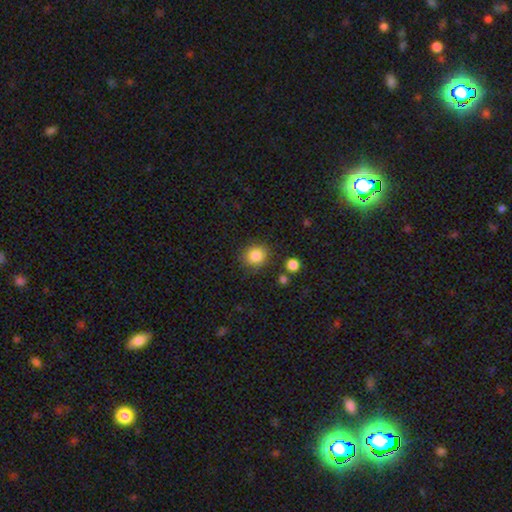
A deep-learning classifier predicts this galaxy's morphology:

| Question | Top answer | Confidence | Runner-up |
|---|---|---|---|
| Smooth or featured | smooth | 85% | star or artifact (10%) |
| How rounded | round | 83% | in between (17%) |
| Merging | none | 84% | minor disturbance (10%) |